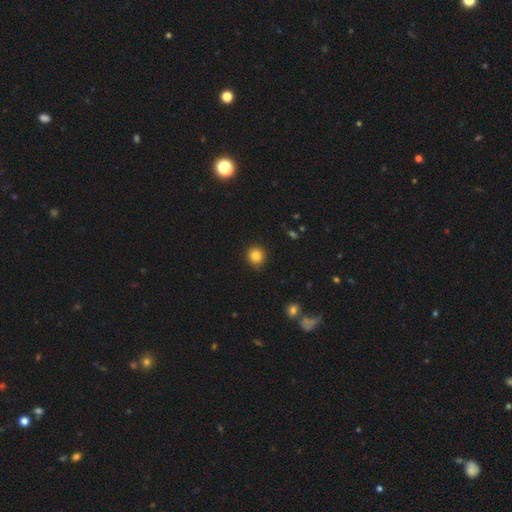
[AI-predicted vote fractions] This appears to be a smooth galaxy with no disk features (84%) that is round (93%). Merging: none (90%).